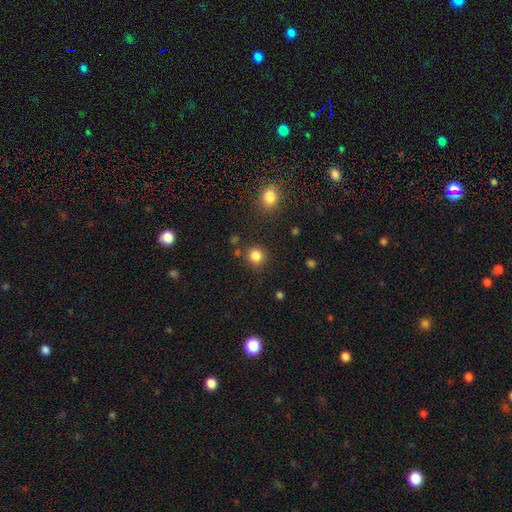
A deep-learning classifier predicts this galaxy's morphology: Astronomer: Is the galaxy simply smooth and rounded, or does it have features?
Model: smooth — 85%.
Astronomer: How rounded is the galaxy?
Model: round — 91%.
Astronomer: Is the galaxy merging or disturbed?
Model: none — 85%.